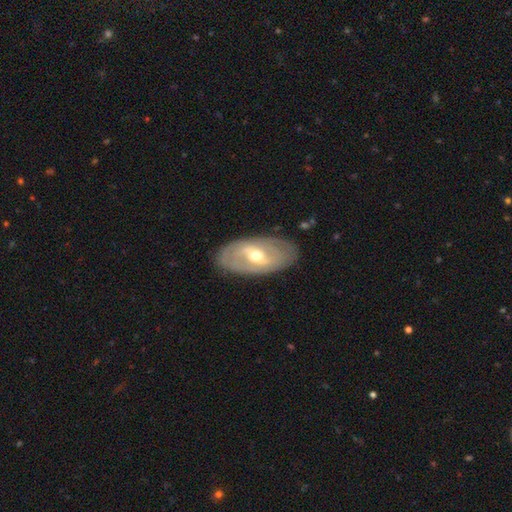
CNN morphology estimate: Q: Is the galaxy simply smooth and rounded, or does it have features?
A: featured or disk — 71%.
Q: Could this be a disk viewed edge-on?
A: no — 90%.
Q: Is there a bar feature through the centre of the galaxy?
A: weak — 43%.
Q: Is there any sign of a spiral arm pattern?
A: yes — 63%.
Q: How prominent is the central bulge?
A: moderate — 65%.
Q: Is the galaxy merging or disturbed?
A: none — 83%.